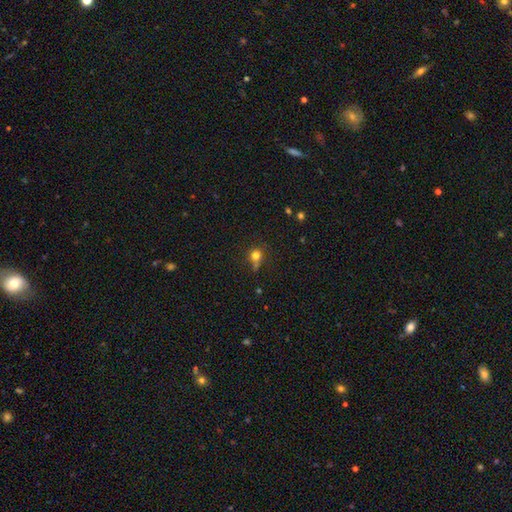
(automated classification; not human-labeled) Overall: smooth (74%). How rounded: round (82%). Merging: none (53%; minor disturbance 25%).